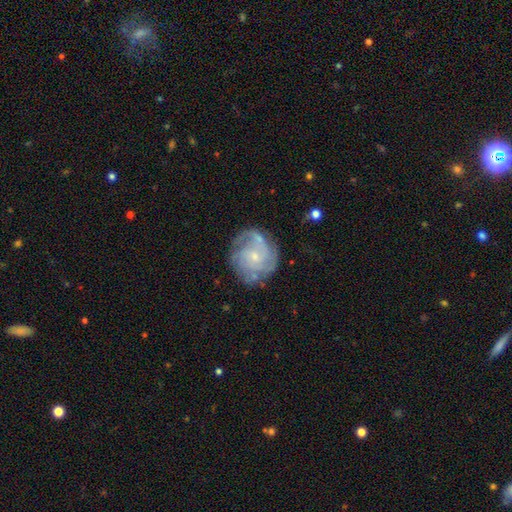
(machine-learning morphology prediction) smooth_or_featured: featured or disk (p=0.78) [alt: smooth p=0.15]
disk_edge_on: no (p=0.98) [alt: yes p=0.02]
bar: no (p=0.70) [alt: weak p=0.26]
has_spiral_arms: yes (p=0.91) [alt: no p=0.09]
spiral_winding: tight (p=0.57) [alt: medium p=0.33]
spiral_arm_count: can't tell (p=0.36) [alt: 3 p=0.23]
bulge_size: small (p=0.74) [alt: moderate p=0.20]
merging: none (p=0.69) [alt: minor disturbance p=0.19]